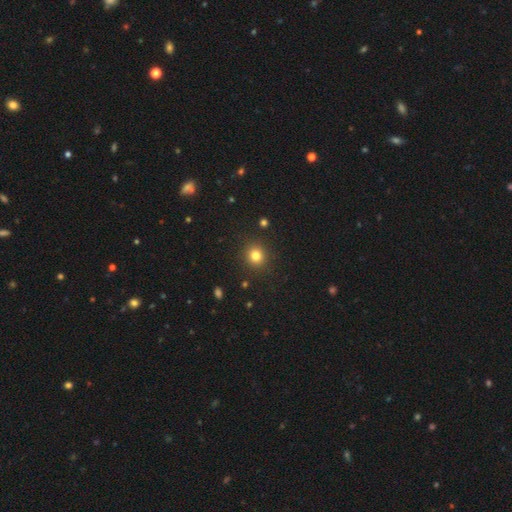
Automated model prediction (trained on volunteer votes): Smooth or featured? smooth (80%)
How rounded? round (90%)
Merging? none (91%)